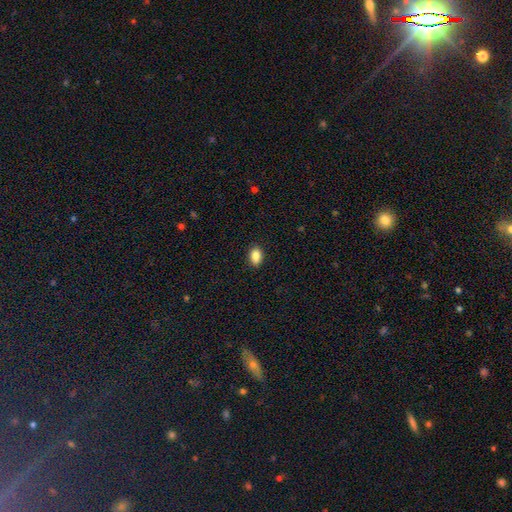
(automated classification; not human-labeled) Smooth or featured? Predicted: smooth (p=0.85). How rounded? Predicted: in between (p=0.81). Merging? Predicted: none (p=0.88).